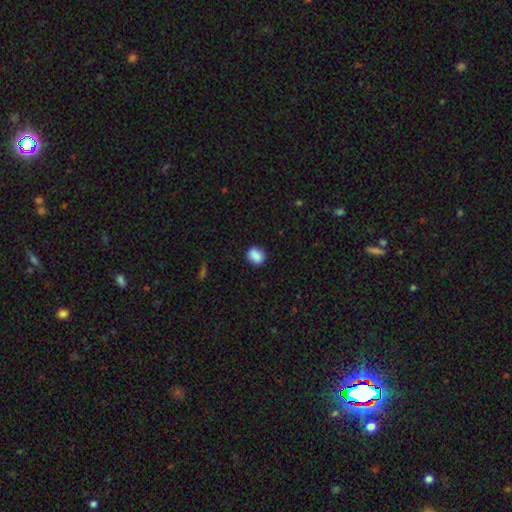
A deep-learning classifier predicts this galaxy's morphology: type=smooth (88%); roundness=in between (51%); merging=none (87%).